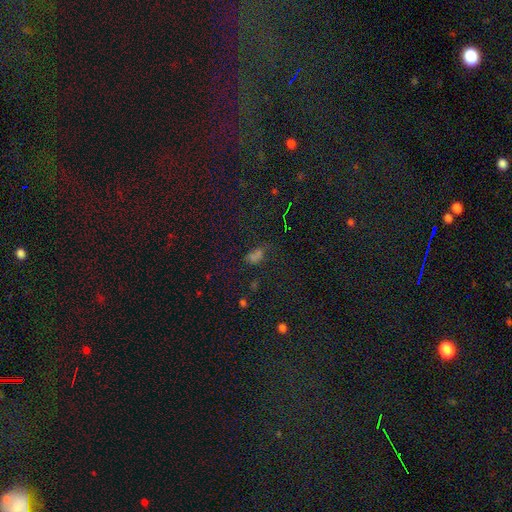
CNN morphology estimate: smooth-or-featured: star or artifact: 45% | smooth: 43% | featured or disk: 11%